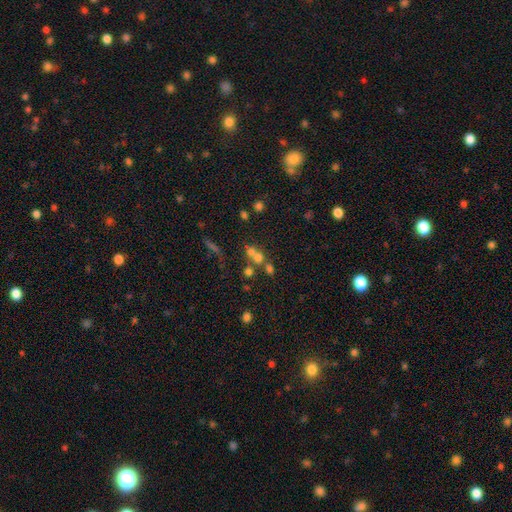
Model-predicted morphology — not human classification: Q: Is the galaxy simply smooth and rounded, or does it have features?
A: smooth — 56%.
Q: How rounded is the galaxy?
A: round — 79%.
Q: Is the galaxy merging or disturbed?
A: merger — 53%.